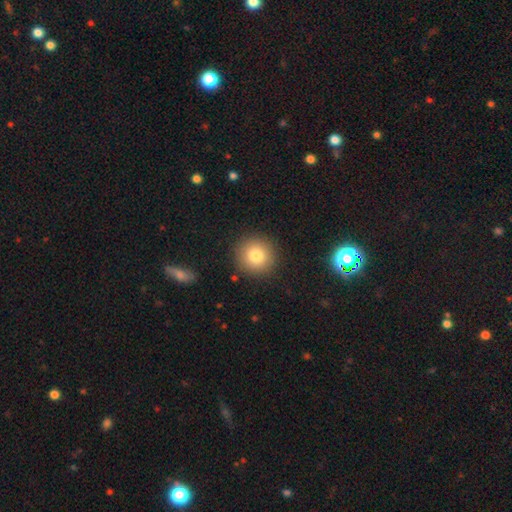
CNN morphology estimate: Smooth or featured: smooth — 80% (star or artifact — 11%)
How rounded: round — 94% (in between — 5%)
Merging: none — 90% (minor disturbance — 6%)